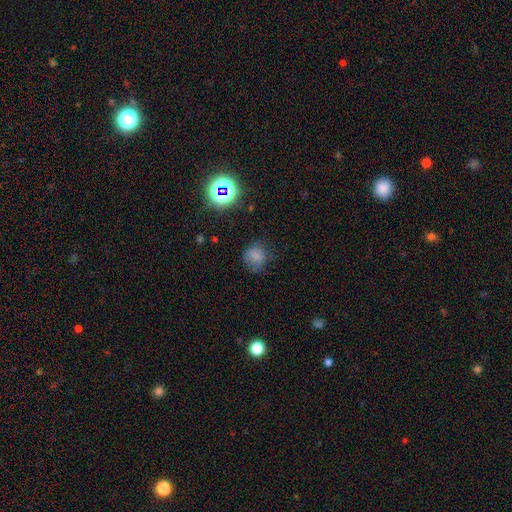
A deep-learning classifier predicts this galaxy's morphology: Smooth or featured: smooth — 70% (star or artifact — 20%)
How rounded: round — 71% (in between — 28%)
Merging: none — 66% (minor disturbance — 22%)